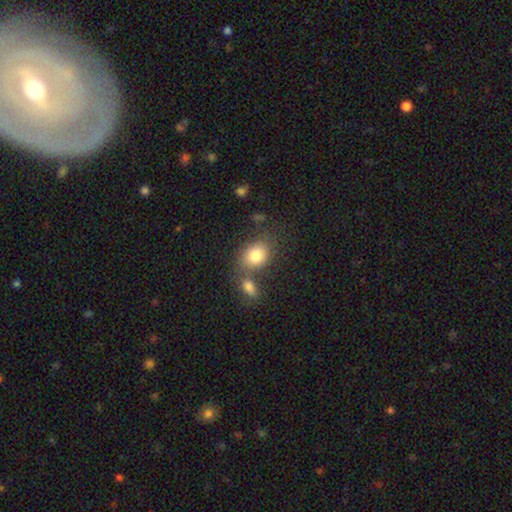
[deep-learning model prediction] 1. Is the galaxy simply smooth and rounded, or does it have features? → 82% smooth, 10% featured or disk, 9% star or artifact.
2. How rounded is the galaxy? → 64% in between, 35% round, 1% cigar-shaped.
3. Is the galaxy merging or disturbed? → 50% none, 31% merger, 13% minor disturbance, 6% major disturbance.